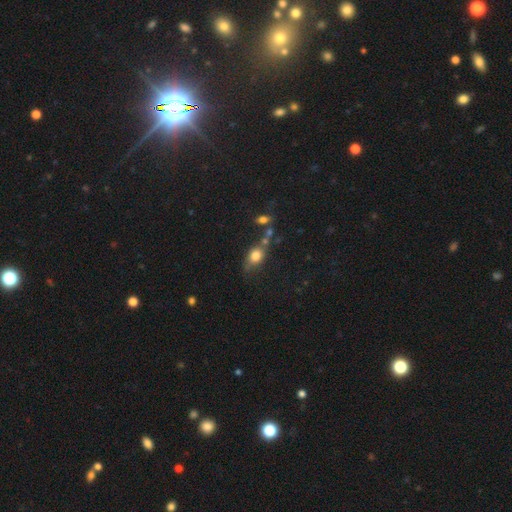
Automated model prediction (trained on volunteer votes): The model was most divided on "how rounded": in between: 58%, round: 39%, cigar-shaped: 4%. More confident: smooth or featured — smooth (77%); merging — none (54%).